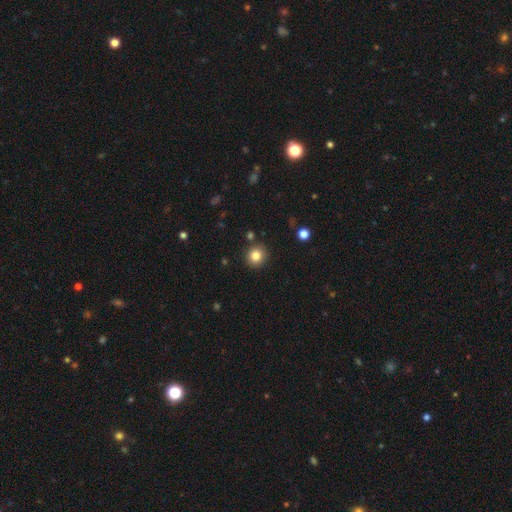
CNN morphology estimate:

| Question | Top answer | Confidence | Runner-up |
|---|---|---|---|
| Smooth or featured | smooth | 83% | star or artifact (11%) |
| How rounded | round | 91% | in between (8%) |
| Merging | none | 89% | minor disturbance (6%) |